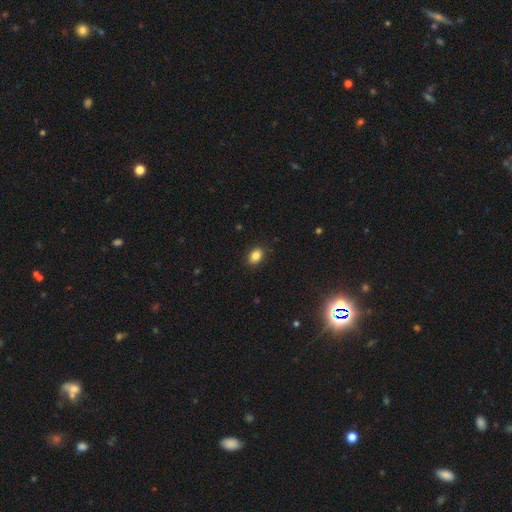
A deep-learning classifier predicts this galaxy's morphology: Overall: smooth (86%). How rounded: in between (80%). Merging: none (88%).